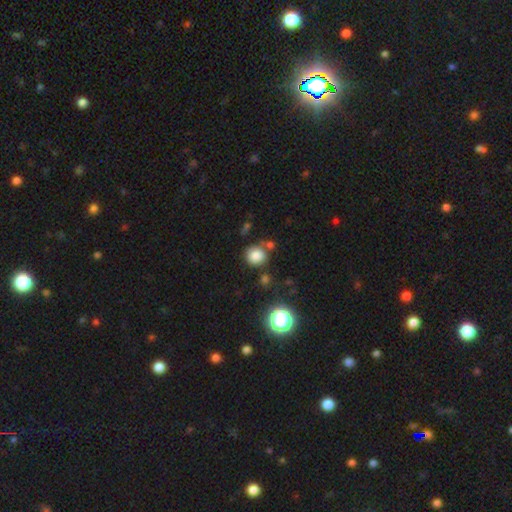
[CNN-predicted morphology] This appears to be a smooth galaxy with no disk features (82%) that is round (87%). Merging: none (76%).